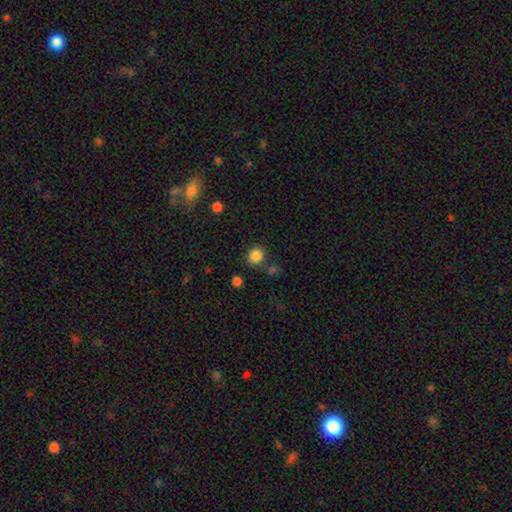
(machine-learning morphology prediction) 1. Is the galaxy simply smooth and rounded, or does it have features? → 85% smooth, 11% star or artifact, 4% featured or disk.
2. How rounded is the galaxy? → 80% round, 19% in between, 1% cigar-shaped.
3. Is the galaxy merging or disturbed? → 83% none, 9% minor disturbance, 5% merger, 3% major disturbance.